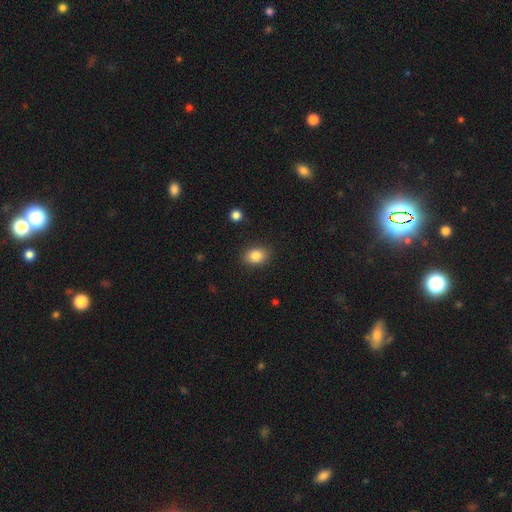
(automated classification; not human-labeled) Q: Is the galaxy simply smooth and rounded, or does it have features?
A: smooth — 84%.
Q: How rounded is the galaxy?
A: in between — 66%.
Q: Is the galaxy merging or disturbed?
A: none — 87%.